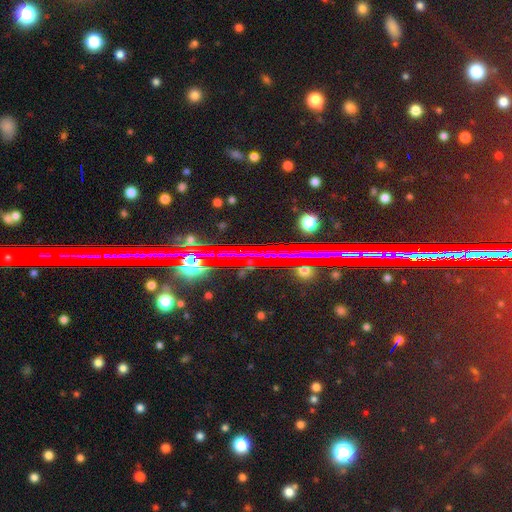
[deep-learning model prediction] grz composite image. It shows a star or artifact, not a galaxy (76%).